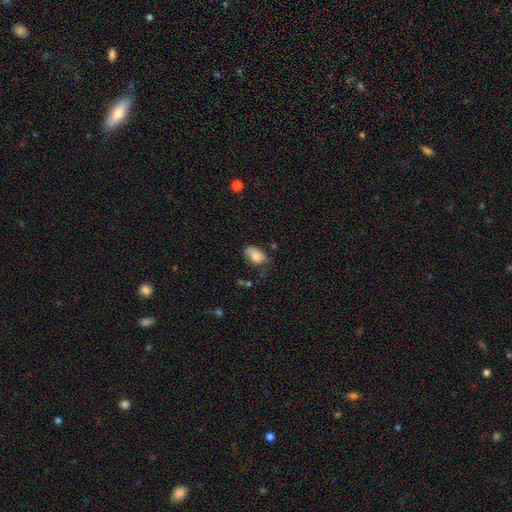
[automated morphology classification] Smooth or featured: smooth — 79% (featured or disk — 14%)
How rounded: in between — 89% (round — 9%)
Merging: none — 51% (minor disturbance — 35%)